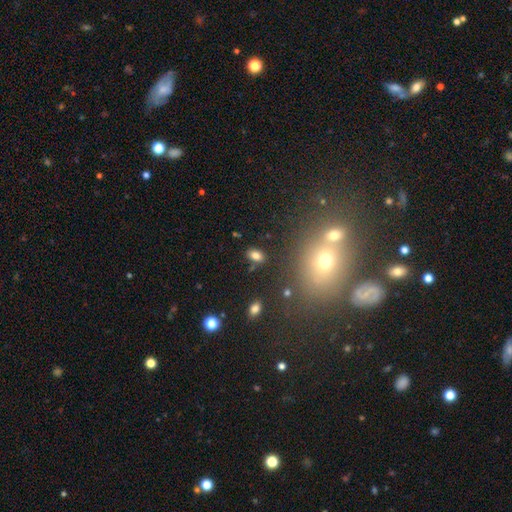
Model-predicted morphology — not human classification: smooth_or_featured: smooth (p=0.79) [alt: star or artifact p=0.12]
how_rounded: in between (p=0.86) [alt: round p=0.12]
merging: none (p=0.82) [alt: minor disturbance p=0.11]